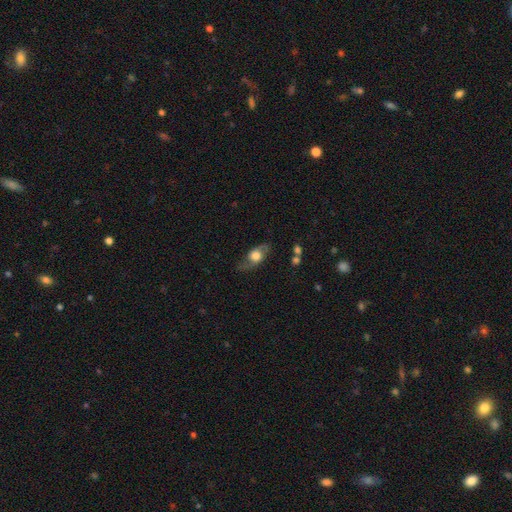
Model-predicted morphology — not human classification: Smooth or featured? featured or disk (55%)
Edge-on disk? no (74%)
Merging? none (67%)